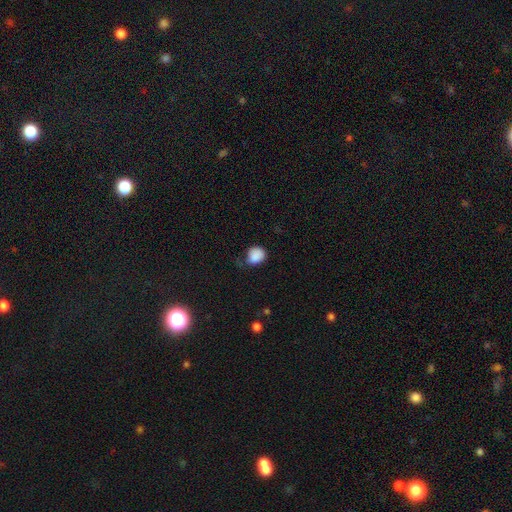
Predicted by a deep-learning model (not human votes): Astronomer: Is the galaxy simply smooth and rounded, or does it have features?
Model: smooth — 87%.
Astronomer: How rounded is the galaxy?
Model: round — 70%.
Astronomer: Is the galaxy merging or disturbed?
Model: none — 55% (runner-up: minor disturbance, 31%).